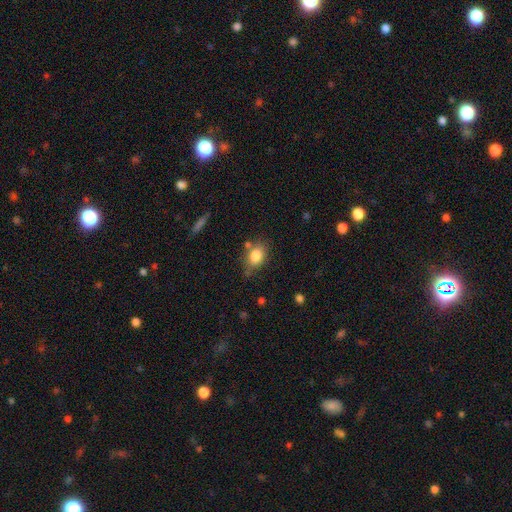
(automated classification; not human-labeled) Smooth or featured: smooth — 83% (featured or disk — 9%)
How rounded: in between — 76% (round — 22%)
Merging: none — 68% (minor disturbance — 18%)